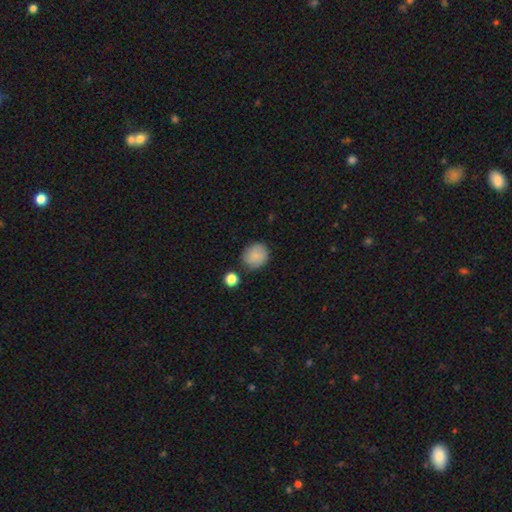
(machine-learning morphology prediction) Smooth or featured?
  - smooth: 85% *
  - star or artifact: 8%
  - featured or disk: 7%
How rounded?
  - round: 82% *
  - in between: 17%
  - cigar-shaped: 1%
Merging?
  - none: 76% *
  - minor disturbance: 15%
  - merger: 5%
  - major disturbance: 4%